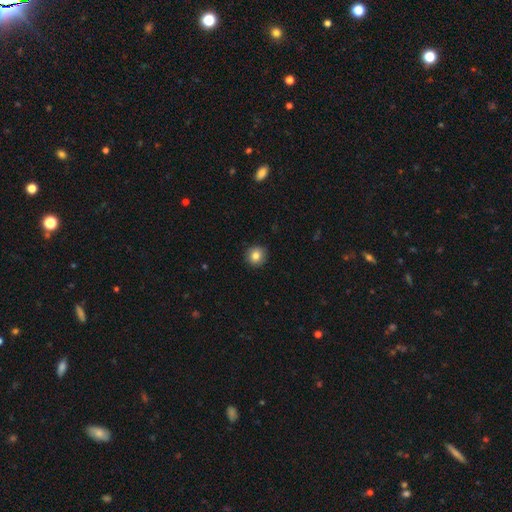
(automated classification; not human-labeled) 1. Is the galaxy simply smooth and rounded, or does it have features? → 82% smooth, 10% star or artifact, 8% featured or disk.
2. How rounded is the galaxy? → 90% round, 9% in between, 1% cigar-shaped.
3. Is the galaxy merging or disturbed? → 89% none, 8% minor disturbance, 2% major disturbance, 1% merger.